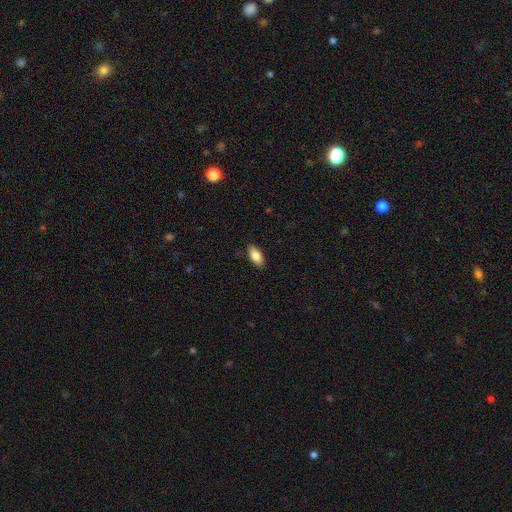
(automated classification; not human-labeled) Overall: smooth (84%). How rounded: in between (89%). Merging: none (88%).